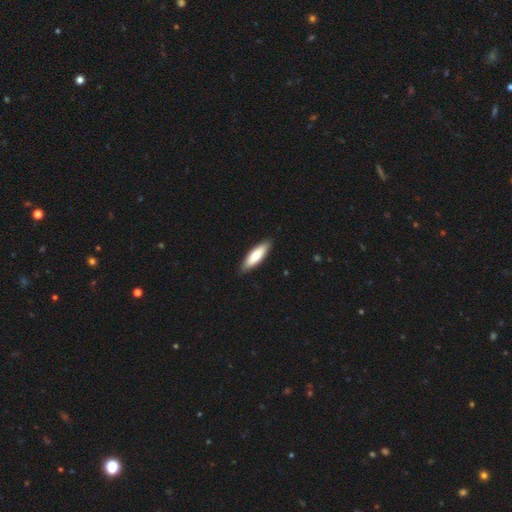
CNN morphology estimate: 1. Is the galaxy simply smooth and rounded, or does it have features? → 73% smooth, 22% featured or disk, 5% star or artifact.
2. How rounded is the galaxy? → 54% cigar-shaped, 45% in between, 2% round.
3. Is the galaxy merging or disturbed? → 89% none, 9% minor disturbance, 2% major disturbance, 1% merger.